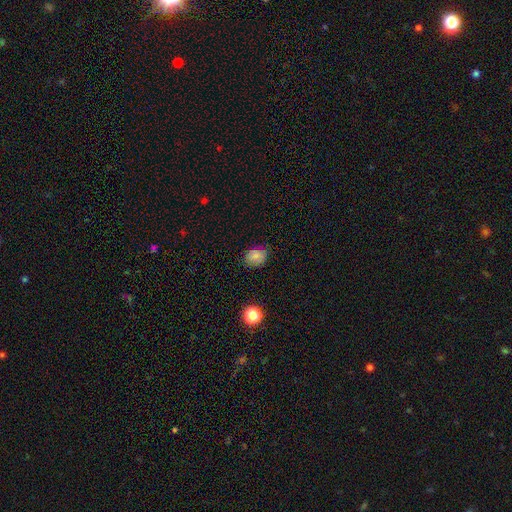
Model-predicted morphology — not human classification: type=smooth (77%); roundness=in between (56%); merging=none (77%).